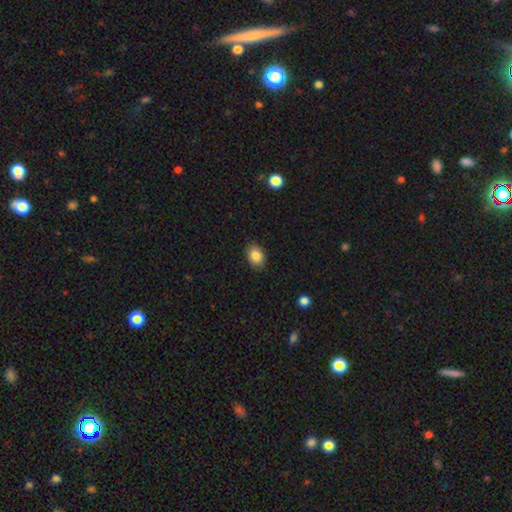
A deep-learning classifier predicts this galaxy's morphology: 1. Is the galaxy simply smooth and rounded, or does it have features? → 85% smooth, 8% star or artifact, 6% featured or disk.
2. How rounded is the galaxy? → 73% in between, 26% round, 1% cigar-shaped.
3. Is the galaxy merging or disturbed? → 87% none, 10% minor disturbance, 2% major disturbance, 1% merger.